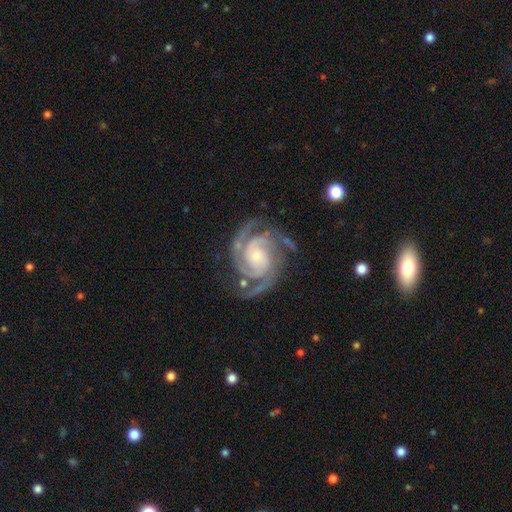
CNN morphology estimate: The model was most divided on "spiral arm count": 2: 40%, 3: 37%, 4: 9%, can't tell: 6%, more than 4: 4%, 1: 4%. More confident: spiral arms — yes (99%); edge-on disk — no (98%); smooth or featured — featured or disk (93%); merging — none (74%); bulge size — small (70%); bar — no (66%); spiral winding — tight (60%).